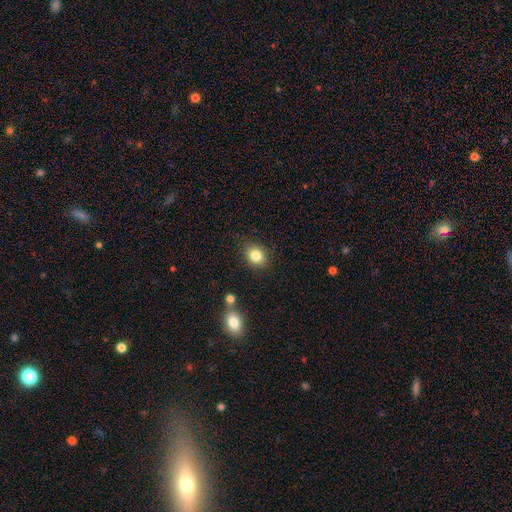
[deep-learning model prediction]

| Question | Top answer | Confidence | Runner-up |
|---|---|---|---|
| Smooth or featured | smooth | 83% | star or artifact (10%) |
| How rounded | round | 65% | in between (34%) |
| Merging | none | 84% | minor disturbance (10%) |